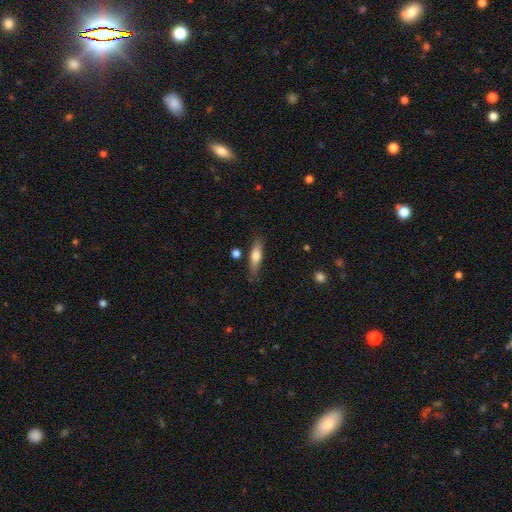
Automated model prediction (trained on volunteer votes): smooth-or-featured: smooth: 64% | featured or disk: 29% | star or artifact: 7%
  how-rounded: cigar-shaped: 66% | in between: 32% | round: 2%
  merging: none: 78% | minor disturbance: 15% | merger: 4% | major disturbance: 3%